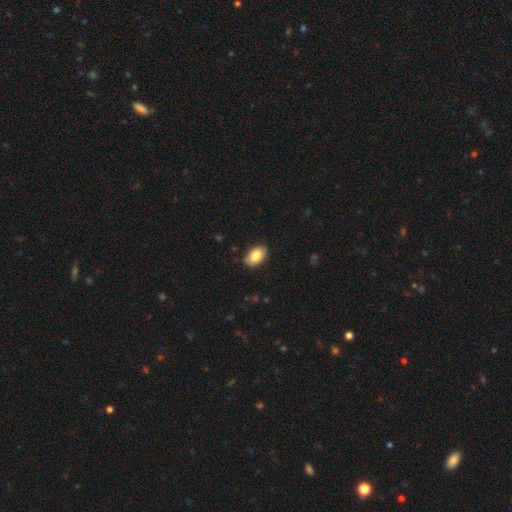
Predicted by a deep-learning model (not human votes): Smooth or featured?
  - smooth: 84% *
  - featured or disk: 10%
  - star or artifact: 7%
How rounded?
  - in between: 92% *
  - round: 7%
  - cigar-shaped: 1%
Merging?
  - none: 85% *
  - minor disturbance: 12%
  - major disturbance: 2%
  - merger: 1%